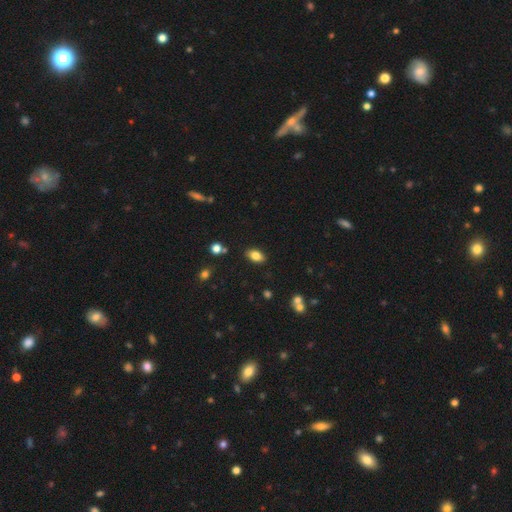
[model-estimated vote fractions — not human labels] Morphology: type=smooth (81%); roundness=in between (90%); merging=none (85%).